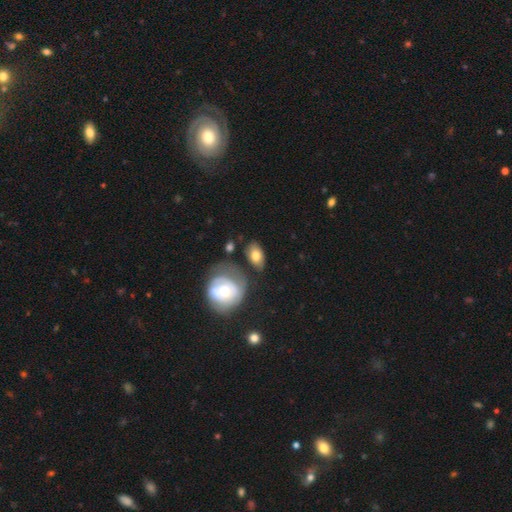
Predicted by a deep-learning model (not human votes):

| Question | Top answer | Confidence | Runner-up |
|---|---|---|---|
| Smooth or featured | smooth | 67% | featured or disk (26%) |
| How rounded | in between | 82% | round (16%) |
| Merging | none | 55% | minor disturbance (23%) |